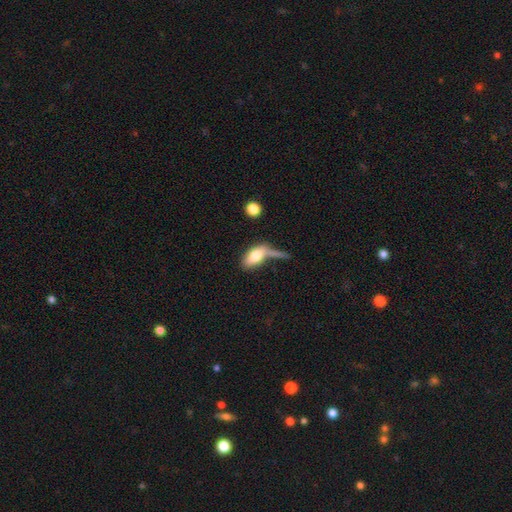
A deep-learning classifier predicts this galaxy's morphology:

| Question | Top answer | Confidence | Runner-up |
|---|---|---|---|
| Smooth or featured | smooth | 71% | featured or disk (21%) |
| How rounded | in between | 83% | cigar-shaped (11%) |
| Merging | none | 29% | merger (27%) |